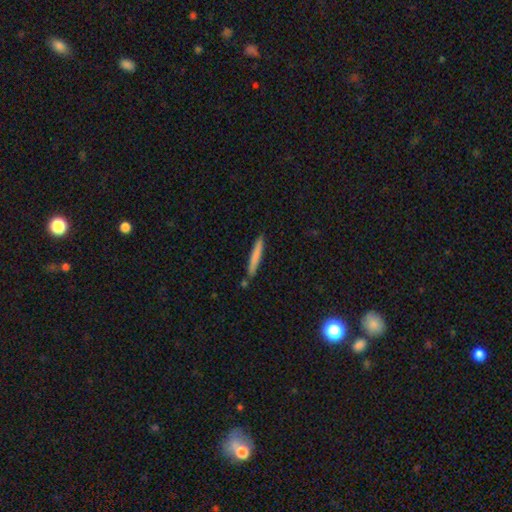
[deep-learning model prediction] Smooth or featured? Predicted: smooth (p=0.75). How rounded? Predicted: cigar-shaped (p=0.96). Merging? Predicted: none (p=0.83).